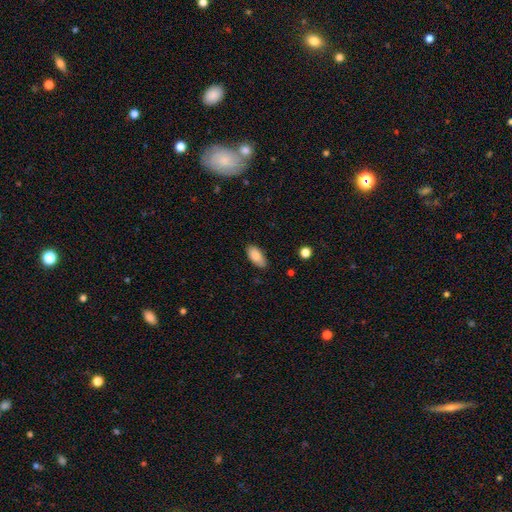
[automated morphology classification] This appears to be a smooth galaxy with no disk features (84%) that is in between round and cigar-shaped (91%). Merging: none (80%).